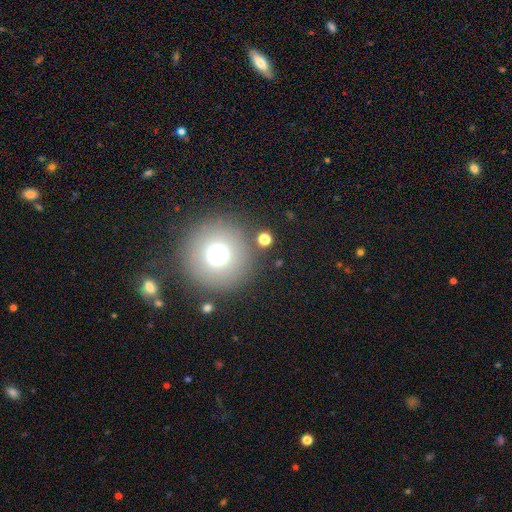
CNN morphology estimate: Smooth or featured: smooth — 56% (star or artifact — 28%)
How rounded: round — 95% (in between — 4%)
Merging: none — 85% (minor disturbance — 7%)